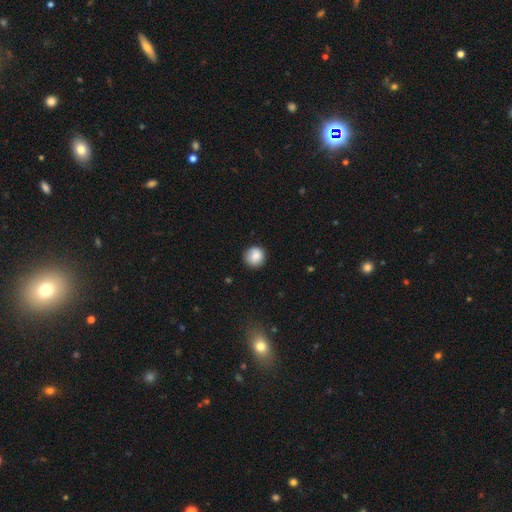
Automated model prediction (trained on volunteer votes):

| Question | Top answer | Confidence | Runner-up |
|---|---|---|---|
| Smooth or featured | smooth | 85% | star or artifact (8%) |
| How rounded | round | 94% | in between (5%) |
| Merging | none | 86% | minor disturbance (11%) |